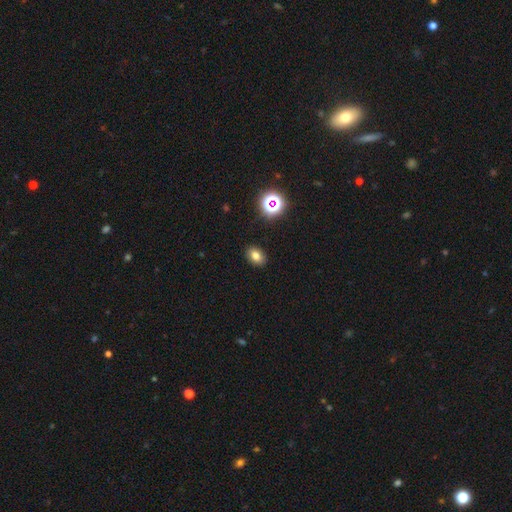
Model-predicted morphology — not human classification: Smooth or featured: smooth — 76% (star or artifact — 15%)
How rounded: in between — 77% (round — 22%)
Merging: none — 89% (minor disturbance — 8%)